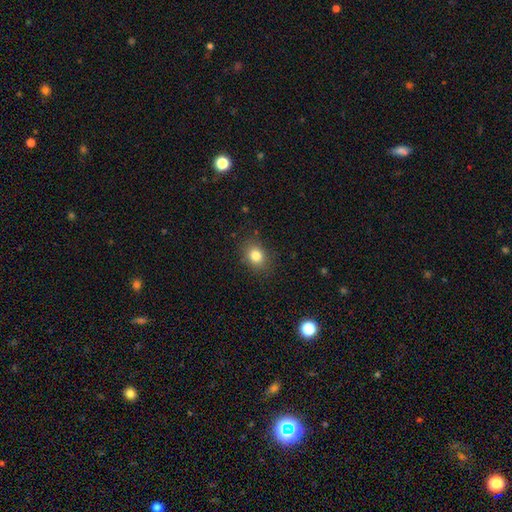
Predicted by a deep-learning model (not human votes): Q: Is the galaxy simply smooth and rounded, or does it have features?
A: smooth — 82%.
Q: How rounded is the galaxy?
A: round — 55%.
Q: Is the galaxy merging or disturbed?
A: none — 86%.